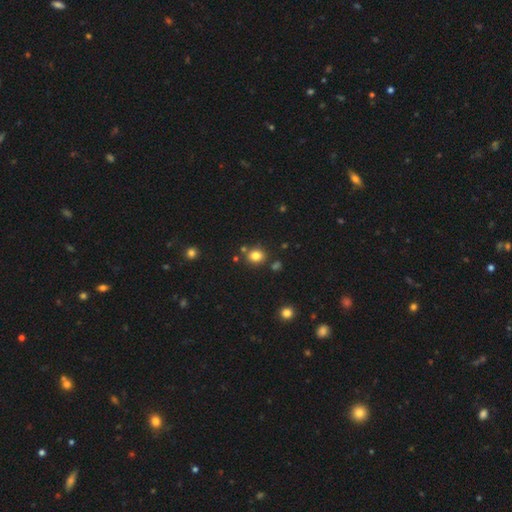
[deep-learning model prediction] A smooth galaxy with no disk features (81%) that is round (76%).

Vote fractions:
- Smooth or featured? smooth: 81% / star or artifact: 13% / featured or disk: 6%
- How rounded? round: 76% / in between: 24% / cigar-shaped: 1%
- Merging? none: 79% / minor disturbance: 10% / merger: 8% / major disturbance: 3%